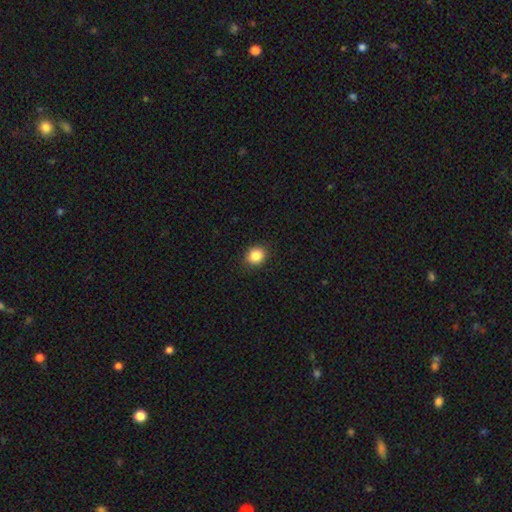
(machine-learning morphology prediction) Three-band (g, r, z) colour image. It shows a smooth galaxy with no disk features (85%) that is round (77%). Merging: none (90%).